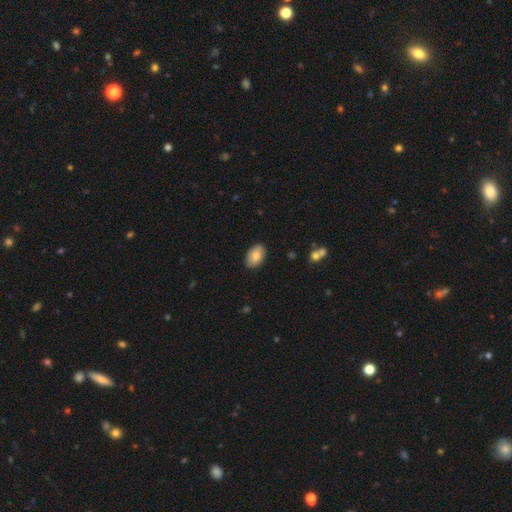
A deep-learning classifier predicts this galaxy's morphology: Smooth or featured? Predicted: smooth (p=0.83). How rounded? Predicted: in between (p=0.91). Merging? Predicted: none (p=0.86).